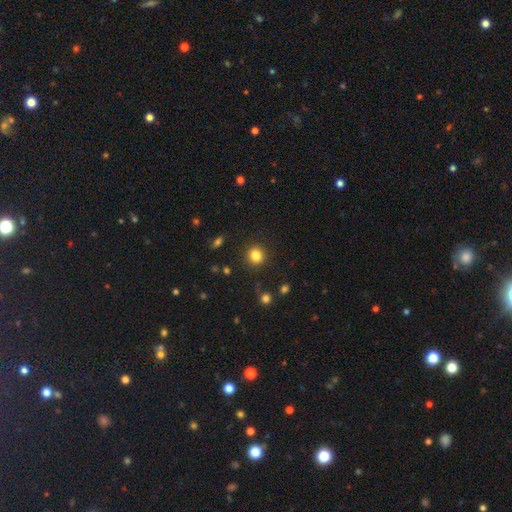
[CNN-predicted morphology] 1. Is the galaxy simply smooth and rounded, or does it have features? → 83% smooth, 12% star or artifact, 5% featured or disk.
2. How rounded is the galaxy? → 88% round, 11% in between, 1% cigar-shaped.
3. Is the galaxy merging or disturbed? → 90% none, 6% minor disturbance, 2% major disturbance, 1% merger.